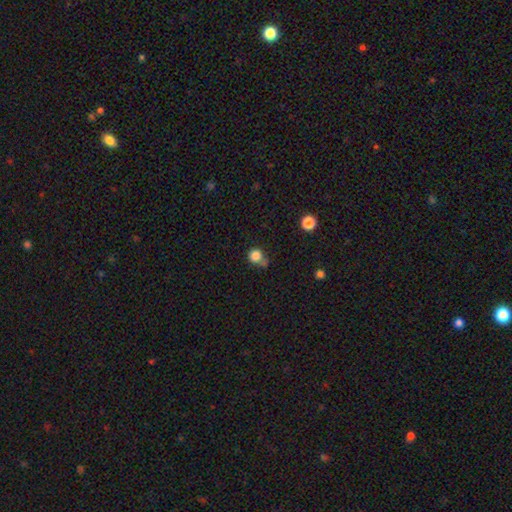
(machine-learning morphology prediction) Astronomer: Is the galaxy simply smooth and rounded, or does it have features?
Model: smooth — 82%.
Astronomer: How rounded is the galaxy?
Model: round — 89%.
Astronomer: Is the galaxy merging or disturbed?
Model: none — 55%.